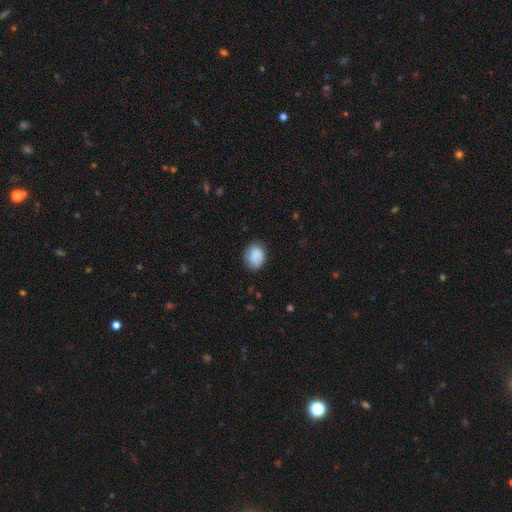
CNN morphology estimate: smooth-or-featured: smooth: 86% | star or artifact: 7% | featured or disk: 7%
  how-rounded: in between: 58% | round: 41% | cigar-shaped: 1%
  merging: none: 77% | minor disturbance: 18% | major disturbance: 4% | merger: 1%